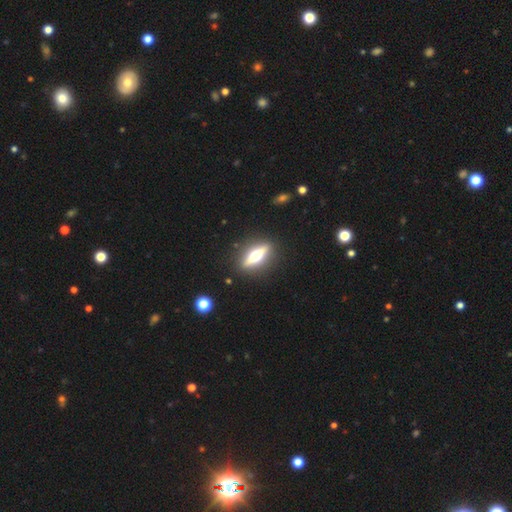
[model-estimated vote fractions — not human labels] Smooth or featured?
  - featured or disk: 67% *
  - smooth: 26%
  - star or artifact: 7%
Edge-on disk?
  - yes: 92% *
  - no: 8%
Edge-on bulge?
  - rounded: 95% *
  - boxy: 3%
  - none: 2%
Merging?
  - none: 89% *
  - minor disturbance: 7%
  - major disturbance: 3%
  - merger: 1%